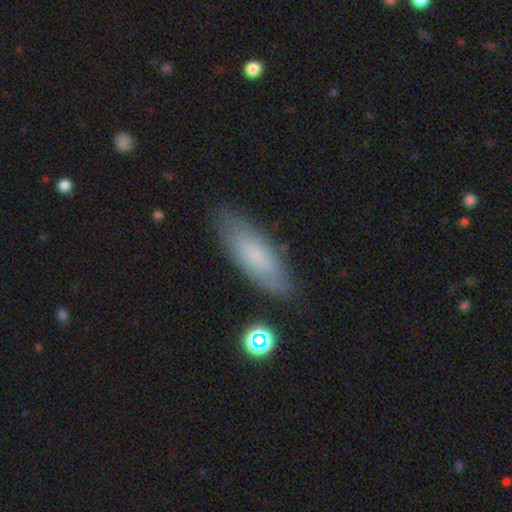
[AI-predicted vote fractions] smooth_or_featured: smooth (p=0.72) [alt: featured or disk p=0.20]
how_rounded: in between (p=0.59) [alt: cigar-shaped p=0.39]
merging: none (p=0.82) [alt: minor disturbance p=0.13]